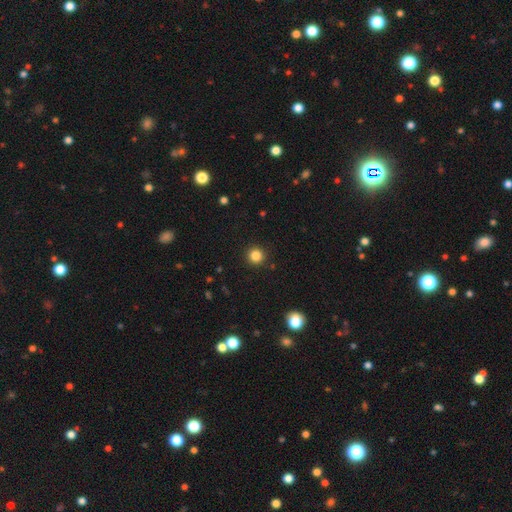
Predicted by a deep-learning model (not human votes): Q: Smooth or featured?
A: smooth (84%); runner-up: star or artifact (12%)
Q: How rounded?
A: round (95%); runner-up: in between (4%)
Q: Merging?
A: none (92%); runner-up: minor disturbance (5%)